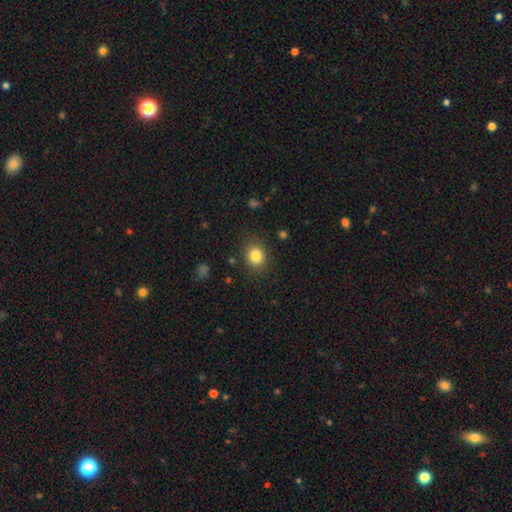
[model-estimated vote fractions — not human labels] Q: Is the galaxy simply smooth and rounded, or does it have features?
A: smooth — 83%.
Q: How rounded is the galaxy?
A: round — 64%.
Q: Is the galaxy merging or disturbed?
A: none — 84%.